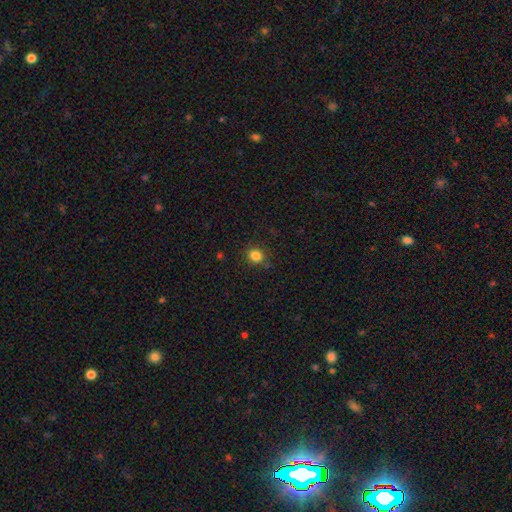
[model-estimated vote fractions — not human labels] smooth-or-featured: smooth: 83% | star or artifact: 12% | featured or disk: 4%
  how-rounded: round: 77% | in between: 22% | cigar-shaped: 1%
  merging: none: 85% | minor disturbance: 10% | major disturbance: 3% | merger: 2%